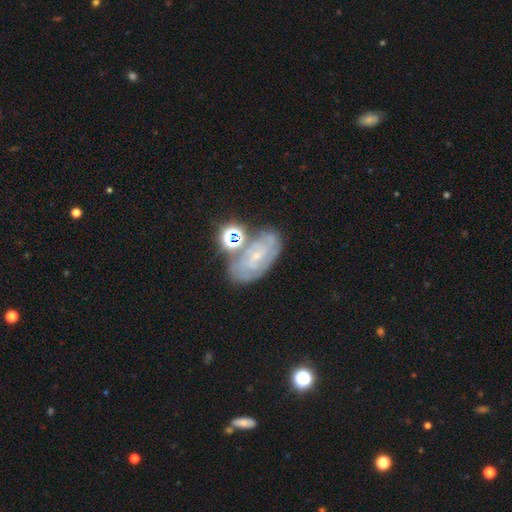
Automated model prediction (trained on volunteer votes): Smooth or featured: featured or disk — 69% (smooth — 16%)
Edge-on disk: no — 95% (yes — 5%)
Bar: no — 55% (weak — 34%)
Spiral arms: yes — 87% (no — 13%)
Spiral winding: tight — 65% (medium — 27%)
Spiral arm count: can't tell — 45% (2 — 24%)
Bulge size: small — 79% (moderate — 14%)
Merging: none — 61% (minor disturbance — 18%)